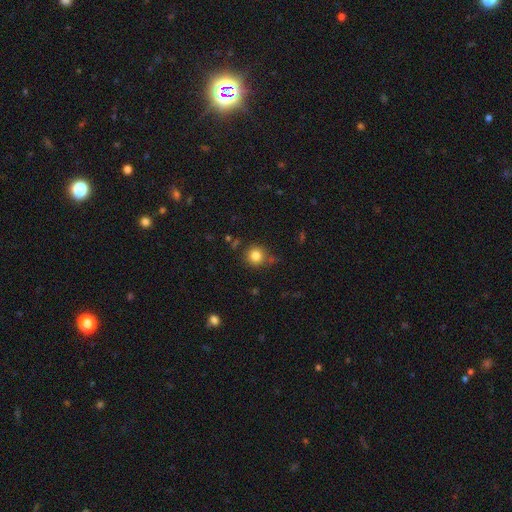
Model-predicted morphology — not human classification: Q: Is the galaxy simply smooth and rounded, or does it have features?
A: smooth — 82%.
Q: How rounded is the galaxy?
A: round — 91%.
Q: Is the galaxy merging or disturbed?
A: none — 79%.